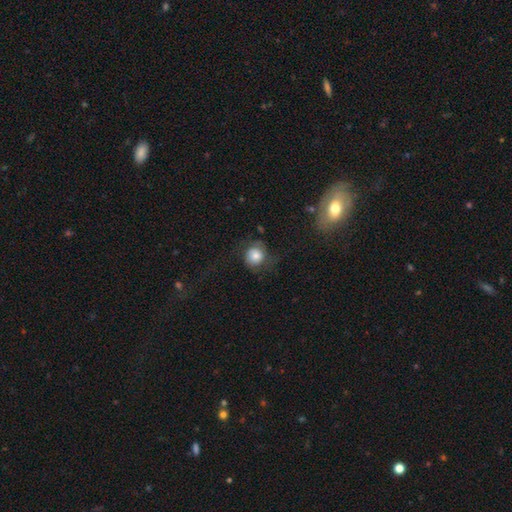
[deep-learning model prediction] smooth_or_featured: smooth (p=0.71) [alt: featured or disk p=0.20]
how_rounded: round (p=0.83) [alt: in between p=0.16]
merging: none (p=0.52) [alt: major disturbance p=0.24]